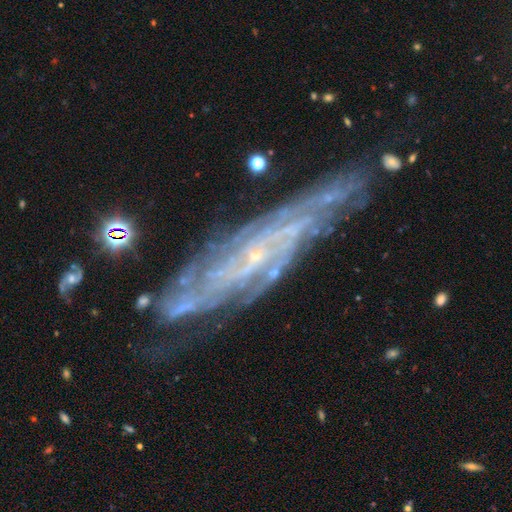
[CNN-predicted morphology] Q: Smooth or featured?
A: featured or disk (85%); runner-up: star or artifact (8%)
Q: Edge-on disk?
A: no (72%); runner-up: yes (28%)
Q: Bar?
A: no (54%); runner-up: weak (33%)
Q: Spiral arms?
A: yes (94%); runner-up: no (6%)
Q: Spiral winding?
A: tight (59%); runner-up: medium (32%)
Q: Spiral arm count?
A: can't tell (38%); runner-up: 2 (22%)
Q: Bulge size?
A: small (81%); runner-up: moderate (10%)
Q: Merging?
A: none (72%); runner-up: minor disturbance (18%)